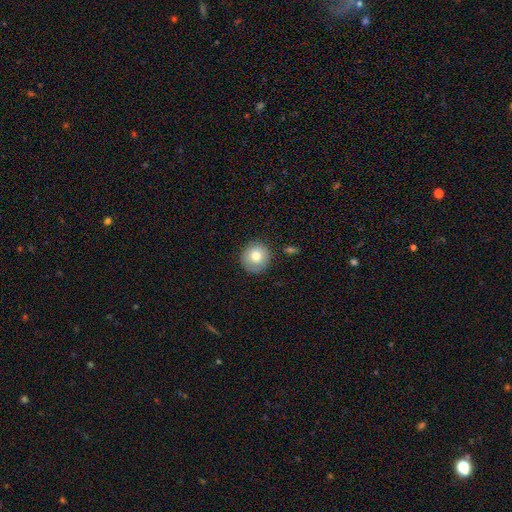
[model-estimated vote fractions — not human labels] smooth-or-featured: smooth: 77% | featured or disk: 14% | star or artifact: 9%
  how-rounded: round: 92% | in between: 7% | cigar-shaped: 1%
  merging: none: 86% | minor disturbance: 9% | major disturbance: 3% | merger: 2%